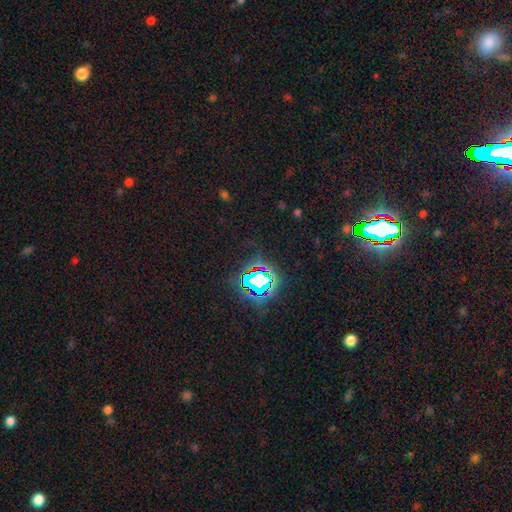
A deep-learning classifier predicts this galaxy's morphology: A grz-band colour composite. It shows a star or artifact, not a galaxy (82%).